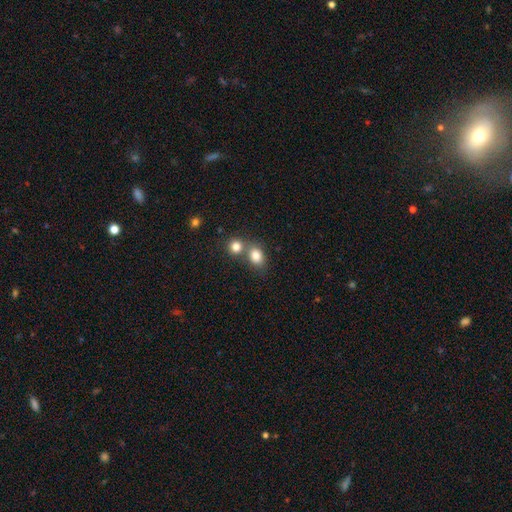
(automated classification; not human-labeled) Overall: smooth (81%). How rounded: round (50%; in between 49%). Merging: none (45%; merger 42%).